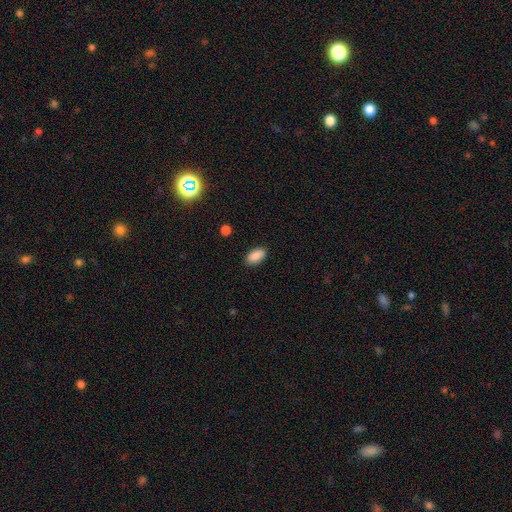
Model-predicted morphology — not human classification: Smooth or featured? Predicted: smooth (p=0.88). How rounded? Predicted: in between (p=0.94). Merging? Predicted: none (p=0.88).